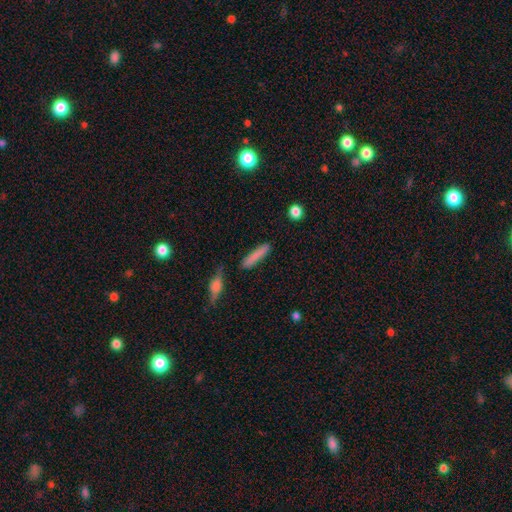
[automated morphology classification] A smooth galaxy with no disk features (77%) that is cigar-shaped (87%). Merging: none (80%).